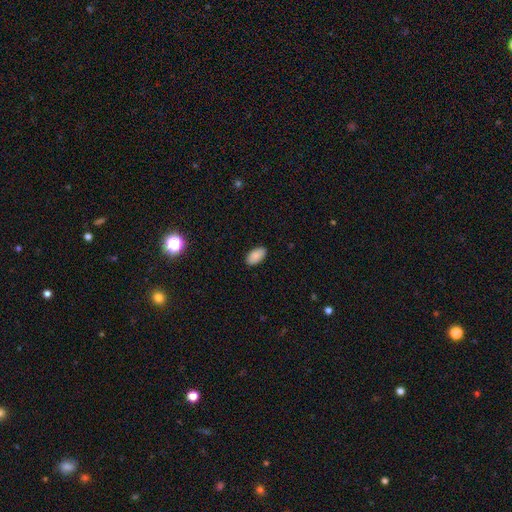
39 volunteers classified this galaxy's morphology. A smooth galaxy with no disk features (95%) that is in between round and cigar-shaped (97%).

Vote fractions:
- Smooth or featured? smooth: 95% / featured or disk: 3% / star or artifact: 3%
- How rounded? in between: 97% / round: 3% / cigar-shaped: 0%
- Merging? none: 92% / minor disturbance: 3% / major disturbance: 3% / merger: 3%